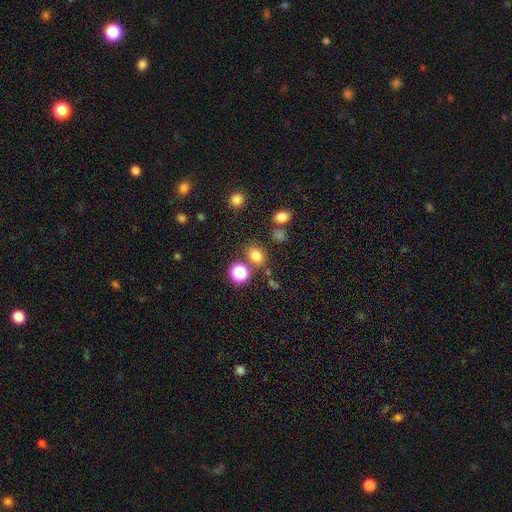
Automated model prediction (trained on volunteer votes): This appears to be a smooth galaxy with no disk features (74%) that is round (53%). Merging: none (74%).